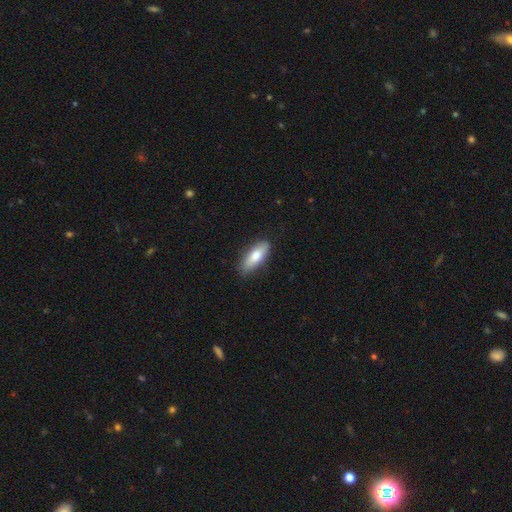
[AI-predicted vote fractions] This appears to be a smooth galaxy with no disk features (76%) that is in between round and cigar-shaped (65%). Merging: none (84%).